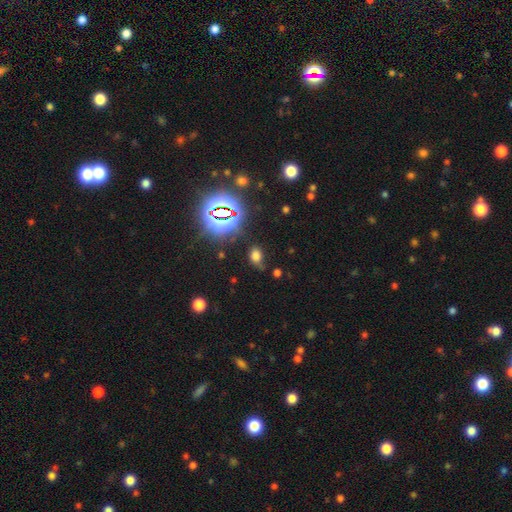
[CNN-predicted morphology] smooth 58%, star or artifact 32%, featured or disk 10%. Down the decision tree: how rounded — in between (74%); merging — none (62%).